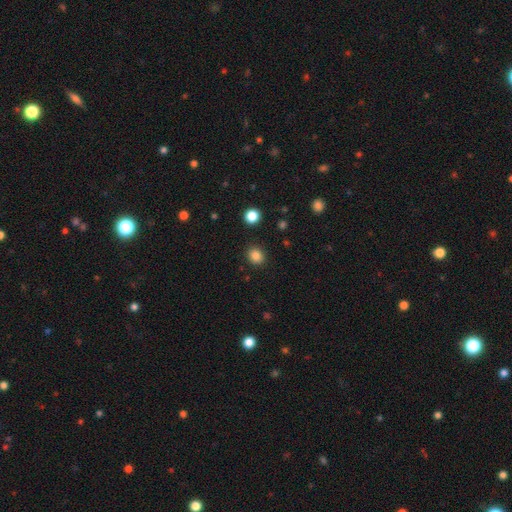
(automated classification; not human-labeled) Overall: smooth (85%). How rounded: round (77%). Merging: none (89%).